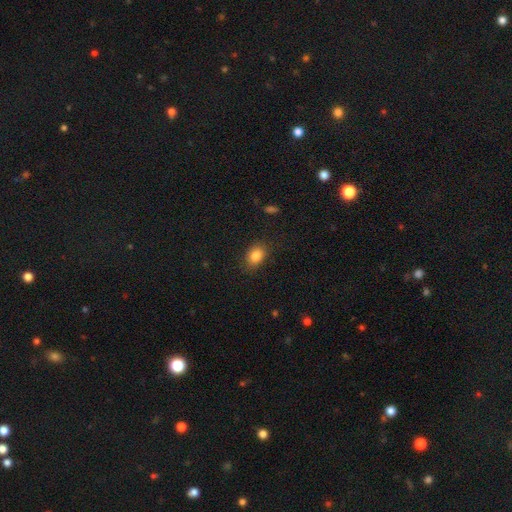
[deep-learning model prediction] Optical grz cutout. It shows a smooth galaxy with no disk features (85%) that is in between round and cigar-shaped (75%). Merging: none (82%).